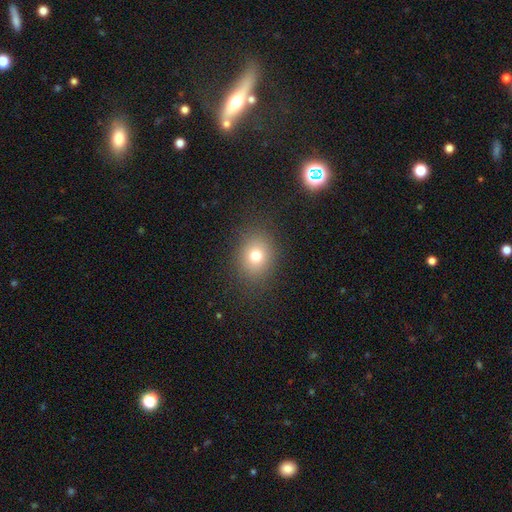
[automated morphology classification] Overall: smooth (74%). How rounded: round (59%; in between 40%). Merging: none (86%).